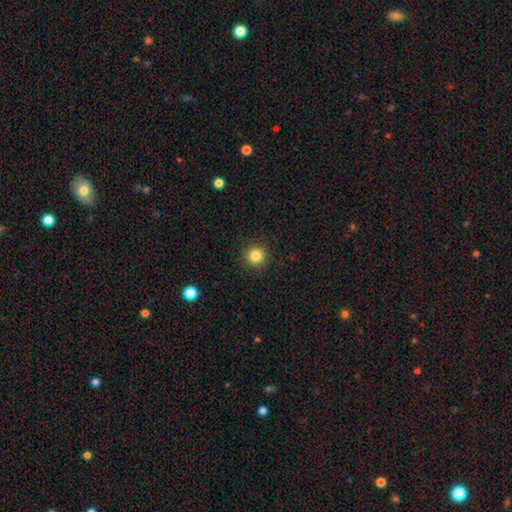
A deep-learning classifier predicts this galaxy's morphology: Q: Smooth or featured?
A: smooth (84%); runner-up: star or artifact (11%)
Q: How rounded?
A: round (95%); runner-up: in between (4%)
Q: Merging?
A: none (92%); runner-up: minor disturbance (5%)